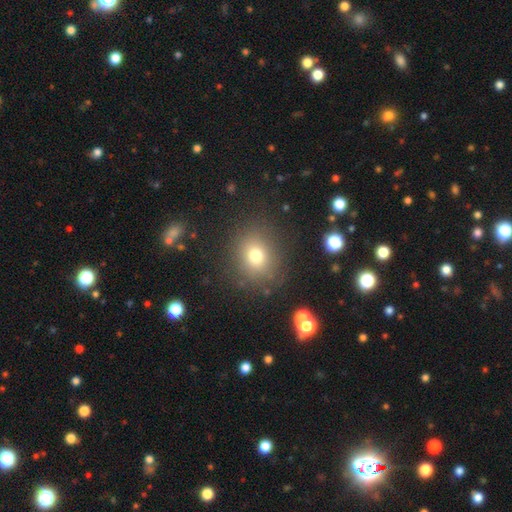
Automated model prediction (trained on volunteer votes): smooth-or-featured: smooth: 74% | star or artifact: 16% | featured or disk: 11%
  how-rounded: round: 66% | in between: 33% | cigar-shaped: 1%
  merging: none: 83% | minor disturbance: 10% | major disturbance: 5% | merger: 2%